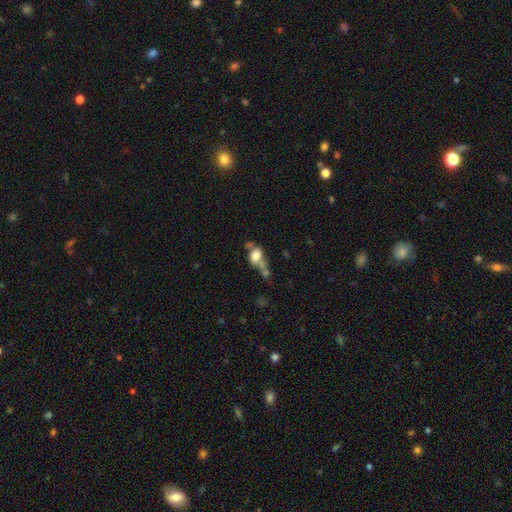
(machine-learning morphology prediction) This is likely a smooth galaxy (67%). How rounded: likely in between (64%). Merging: marginally merger (43%).